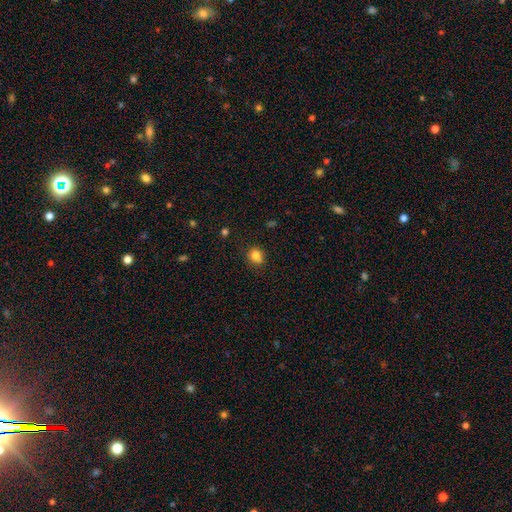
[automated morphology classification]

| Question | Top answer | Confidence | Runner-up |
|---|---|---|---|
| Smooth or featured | smooth | 81% | star or artifact (12%) |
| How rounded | round | 73% | in between (26%) |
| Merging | none | 69% | minor disturbance (19%) |